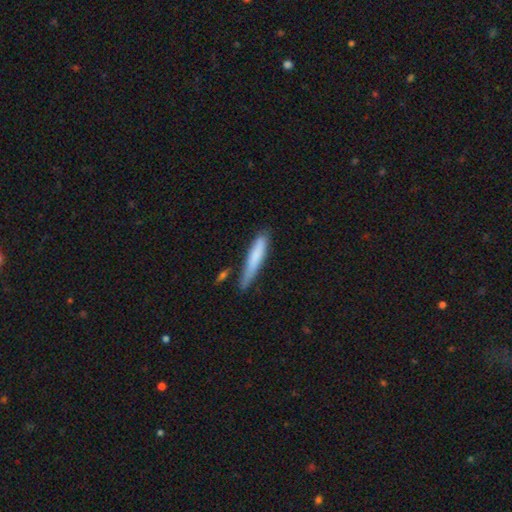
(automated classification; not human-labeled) This appears to be a smooth galaxy with no disk features (76%) that is cigar-shaped (90%). Merging: none (64%).